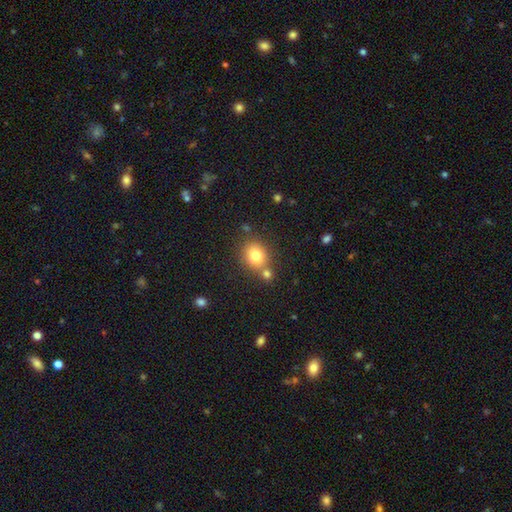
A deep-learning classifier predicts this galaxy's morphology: smooth 79%, star or artifact 11%, featured or disk 10%. Down the decision tree: how rounded — round (71%); merging — none (65%).